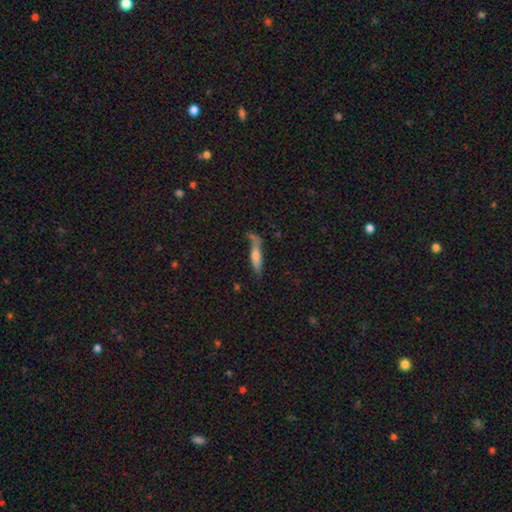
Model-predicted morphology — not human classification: This is possibly a smooth galaxy (55%). How rounded: clearly cigar-shaped (81%). Merging: possibly none (55%).